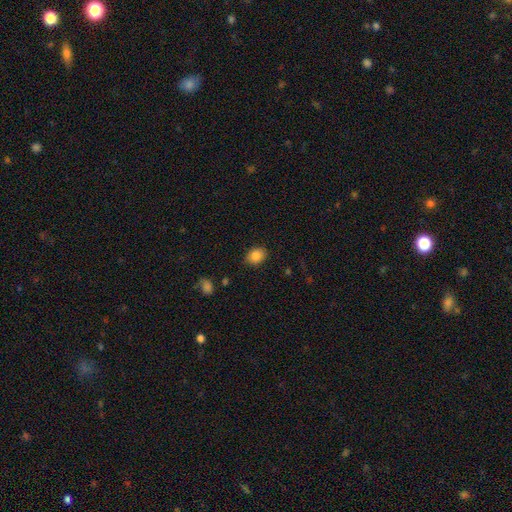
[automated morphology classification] Smooth or featured: smooth — 85% (star or artifact — 9%)
How rounded: in between — 60% (round — 39%)
Merging: none — 85% (minor disturbance — 11%)